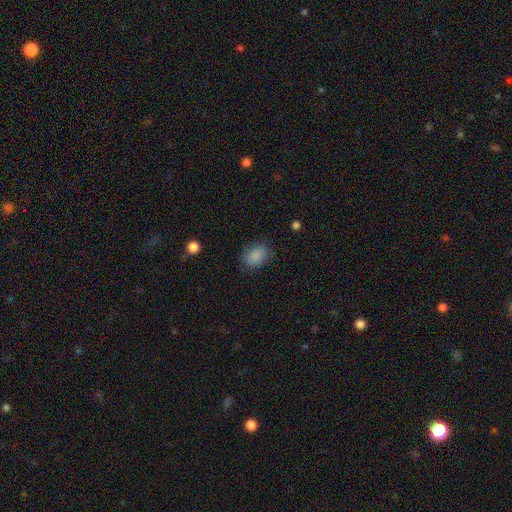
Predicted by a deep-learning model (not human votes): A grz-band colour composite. It shows a smooth galaxy with no disk features (86%) that is in between round and cigar-shaped (69%). Merging: none (79%).